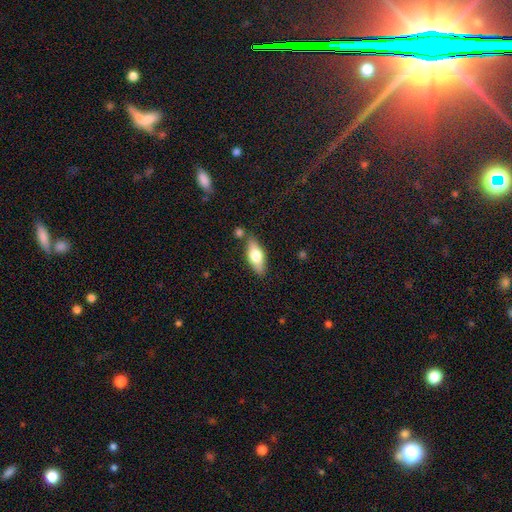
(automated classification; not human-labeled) Smooth or featured? Predicted: smooth (p=0.64). How rounded? Predicted: in between (p=0.72). Merging? Predicted: none (p=0.78).